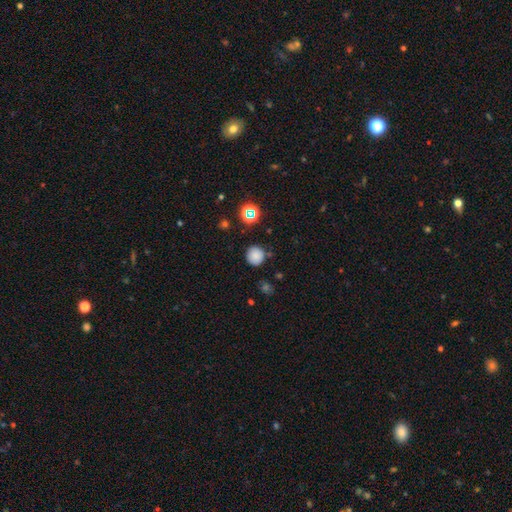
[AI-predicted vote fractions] Smooth or featured?
  - smooth: 81% *
  - star or artifact: 14%
  - featured or disk: 5%
How rounded?
  - round: 92% *
  - in between: 7%
  - cigar-shaped: 1%
Merging?
  - none: 84% *
  - minor disturbance: 10%
  - major disturbance: 3%
  - merger: 3%